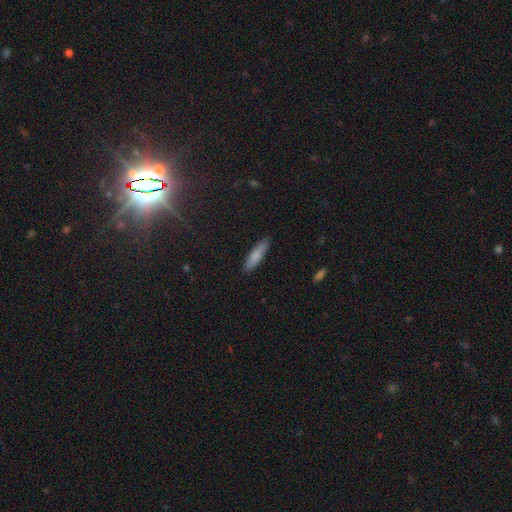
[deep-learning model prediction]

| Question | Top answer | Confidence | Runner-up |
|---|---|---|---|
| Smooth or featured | smooth | 81% | featured or disk (13%) |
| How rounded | cigar-shaped | 75% | in between (23%) |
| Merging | none | 89% | minor disturbance (9%) |